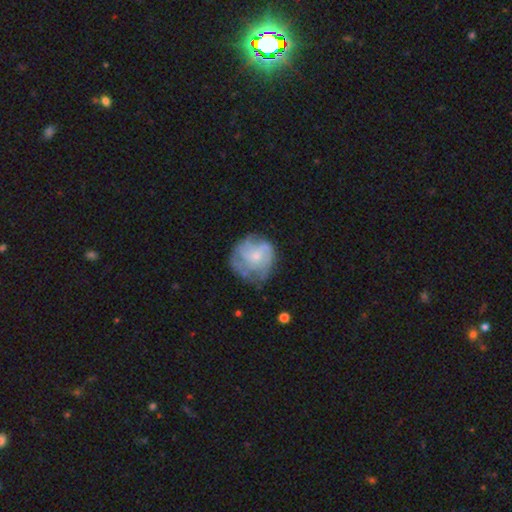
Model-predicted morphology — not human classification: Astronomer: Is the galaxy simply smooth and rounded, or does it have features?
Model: featured or disk — 59%.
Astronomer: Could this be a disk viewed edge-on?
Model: no — 98%.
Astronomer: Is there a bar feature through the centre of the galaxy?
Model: no — 78%.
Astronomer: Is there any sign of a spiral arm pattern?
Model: yes — 64%.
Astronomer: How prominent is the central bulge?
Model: small — 59%.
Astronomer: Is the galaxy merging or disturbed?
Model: none — 55%.